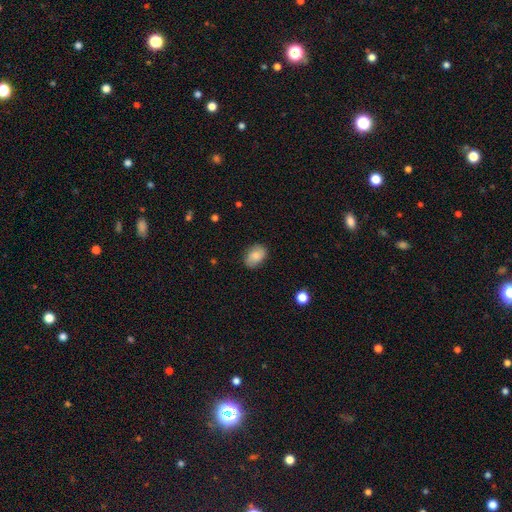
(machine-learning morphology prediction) Smooth or featured: smooth — 81% (featured or disk — 11%)
How rounded: in between — 85% (round — 14%)
Merging: none — 82% (minor disturbance — 14%)